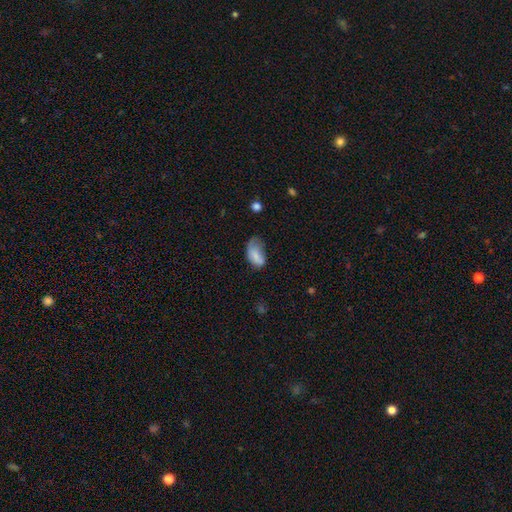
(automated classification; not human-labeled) Smooth or featured: smooth — 77% (featured or disk — 15%)
How rounded: in between — 92% (round — 6%)
Merging: minor disturbance — 41% (none — 30%)